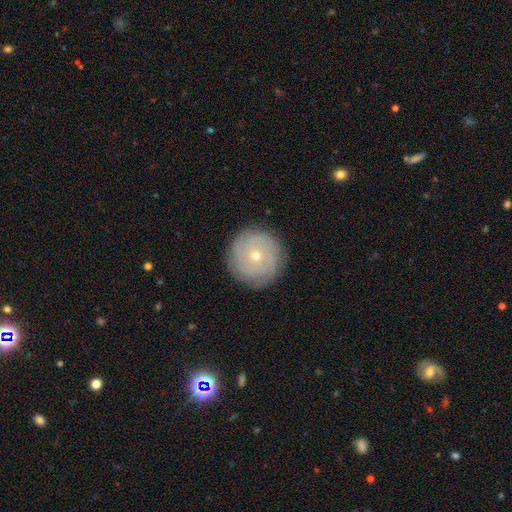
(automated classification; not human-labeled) Q: Smooth or featured?
A: featured or disk (61%); runner-up: smooth (30%)
Q: Edge-on disk?
A: no (97%); runner-up: yes (3%)
Q: Bar?
A: no (85%); runner-up: weak (12%)
Q: Spiral arms?
A: yes (79%); runner-up: no (21%)
Q: Bulge size?
A: small (66%); runner-up: moderate (31%)
Q: Merging?
A: none (87%); runner-up: minor disturbance (9%)